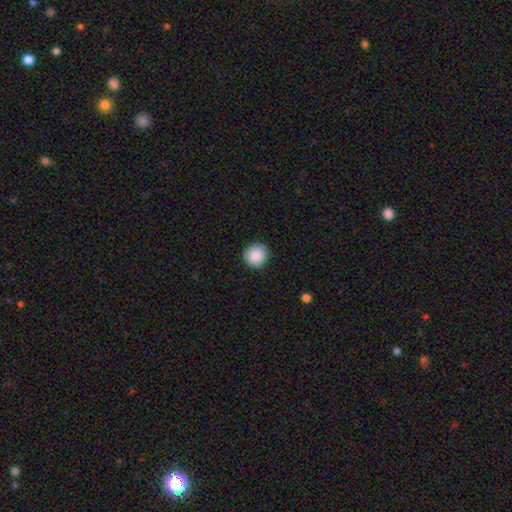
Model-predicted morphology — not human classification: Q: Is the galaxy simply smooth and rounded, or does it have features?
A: smooth — 89%.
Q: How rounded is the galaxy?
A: round — 92%.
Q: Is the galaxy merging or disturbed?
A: none — 90%.